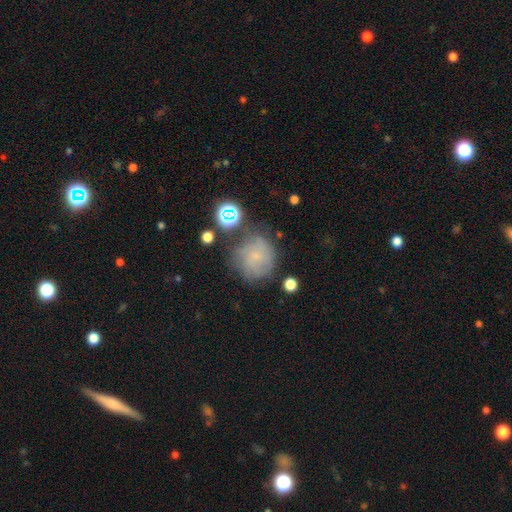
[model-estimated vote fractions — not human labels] smooth_or_featured: smooth (p=0.55) [alt: featured or disk p=0.29]
how_rounded: round (p=0.88) [alt: in between p=0.11]
merging: none (p=0.58) [alt: minor disturbance p=0.23]